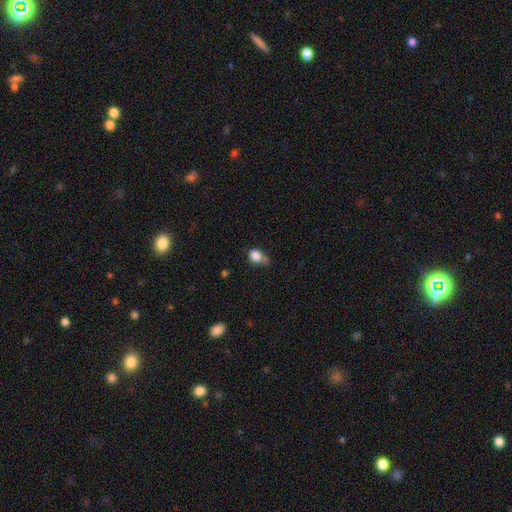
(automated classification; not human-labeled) Smooth or featured? Predicted: smooth (p=0.83). How rounded? Predicted: round (p=0.63). Merging? Predicted: none (p=0.39).